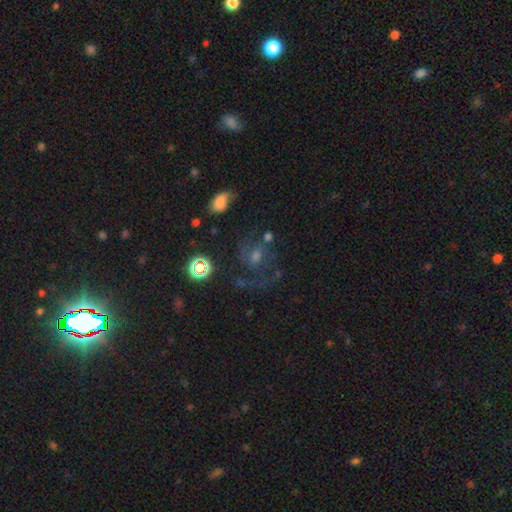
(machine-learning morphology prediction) The model was most divided on "smooth or featured": featured or disk: 47%, star or artifact: 27%, smooth: 26%. More confident: merging — none (51%).